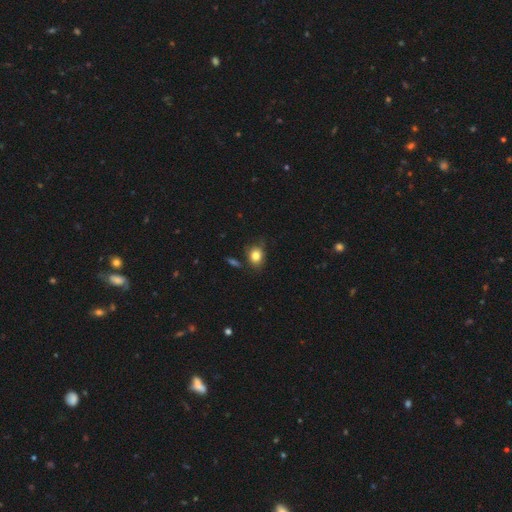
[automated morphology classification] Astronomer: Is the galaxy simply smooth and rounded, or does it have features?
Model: smooth — 82%.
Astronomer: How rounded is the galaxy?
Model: in between — 50% (runner-up: round, 49%).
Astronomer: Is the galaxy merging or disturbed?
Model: none — 69%.